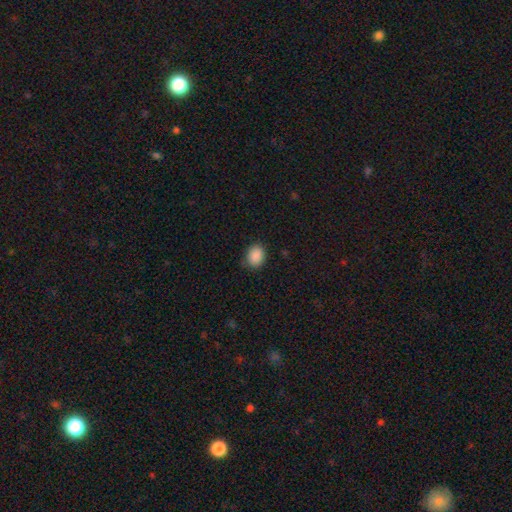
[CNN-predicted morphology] smooth-or-featured: smooth: 89% | star or artifact: 8% | featured or disk: 3%
  how-rounded: in between: 61% | round: 39% | cigar-shaped: 1%
  merging: none: 83% | minor disturbance: 13% | major disturbance: 3% | merger: 1%